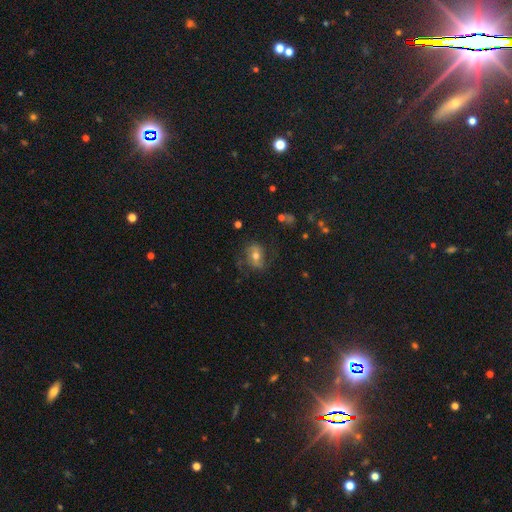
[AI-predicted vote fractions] Q: Smooth or featured?
A: featured or disk (47%); runner-up: smooth (41%)
Q: Merging?
A: none (65%); runner-up: minor disturbance (20%)